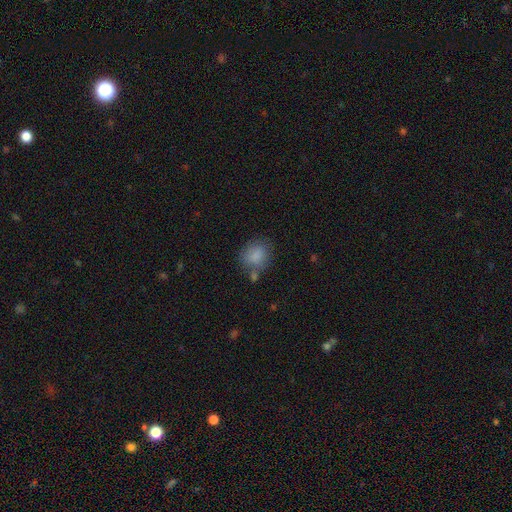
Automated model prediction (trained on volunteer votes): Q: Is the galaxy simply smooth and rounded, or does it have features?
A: smooth — 85%.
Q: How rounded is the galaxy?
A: round — 61%.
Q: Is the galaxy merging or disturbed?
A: none — 66%.